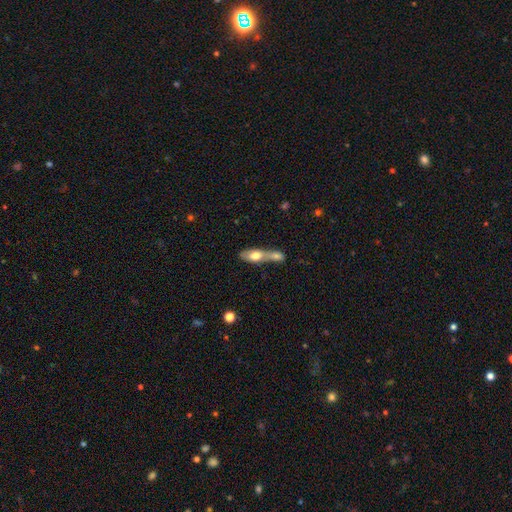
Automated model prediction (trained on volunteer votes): Overall: smooth (65%; featured or disk 28%). How rounded: in between (64%; cigar-shaped 28%). Merging: merger (71%).